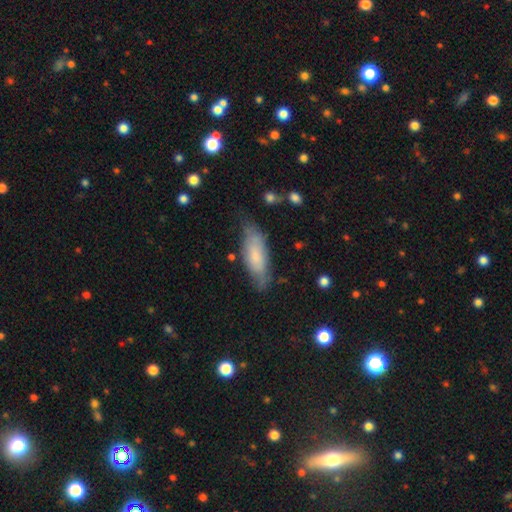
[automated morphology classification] Overall: smooth (68%). How rounded: in between (66%; cigar-shaped 32%). Merging: none (60%; minor disturbance 29%).